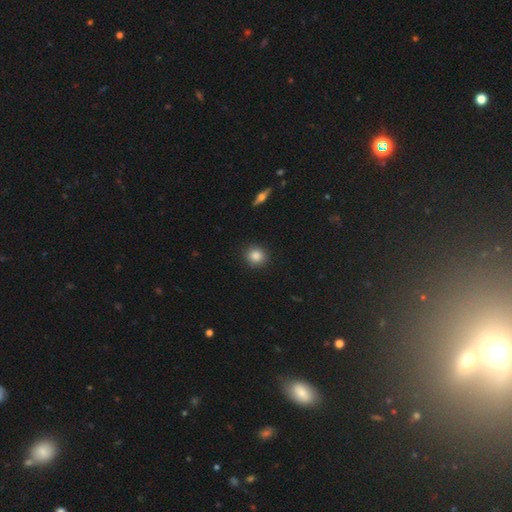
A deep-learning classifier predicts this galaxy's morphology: A smooth galaxy with no disk features (85%) that is round (90%).

Vote fractions:
- Smooth or featured? smooth: 85% / star or artifact: 9% / featured or disk: 6%
- How rounded? round: 90% / in between: 9% / cigar-shaped: 1%
- Merging? none: 91% / minor disturbance: 6% / major disturbance: 2% / merger: 1%